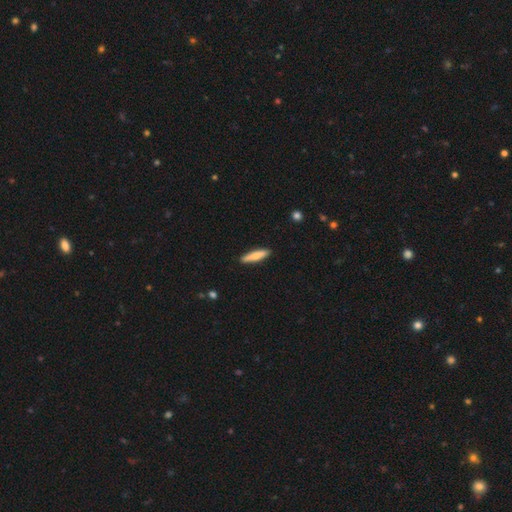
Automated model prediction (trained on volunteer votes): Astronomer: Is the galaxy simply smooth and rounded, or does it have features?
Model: smooth — 67%.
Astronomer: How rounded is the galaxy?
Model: cigar-shaped — 83%.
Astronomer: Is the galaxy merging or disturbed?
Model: none — 90%.